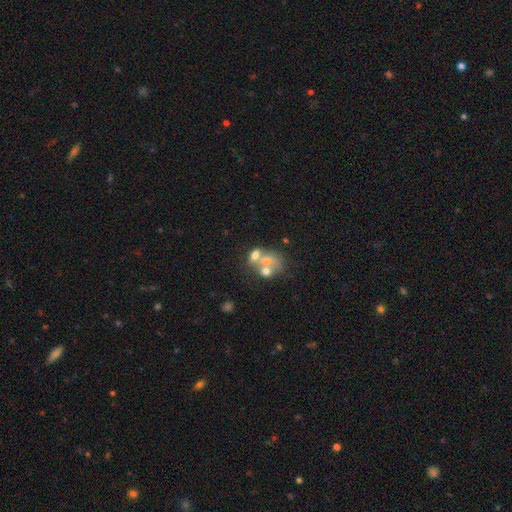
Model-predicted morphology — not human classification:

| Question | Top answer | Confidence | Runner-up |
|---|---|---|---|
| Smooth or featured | smooth | 54% | featured or disk (33%) |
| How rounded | in between | 59% | round (39%) |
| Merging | merger | 62% | none (23%) |